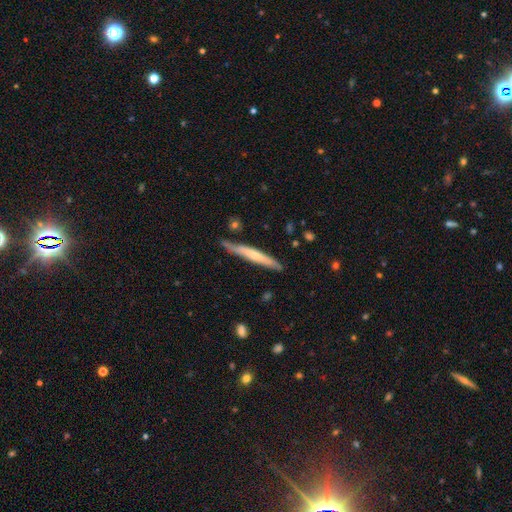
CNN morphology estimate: Overall: smooth (48%; featured or disk 47%). Merging: none (78%).